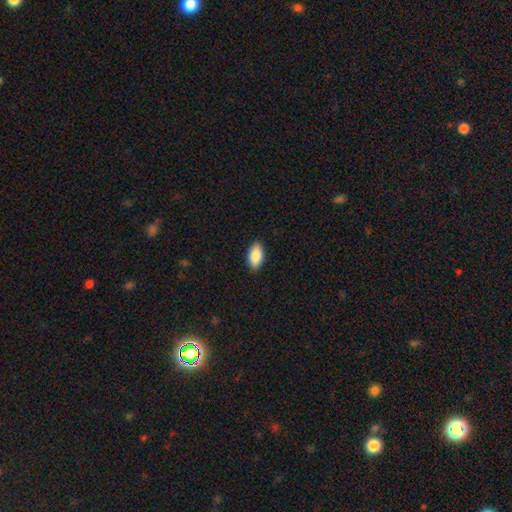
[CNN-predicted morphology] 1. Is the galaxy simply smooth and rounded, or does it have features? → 86% smooth, 8% featured or disk, 6% star or artifact.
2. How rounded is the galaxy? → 93% in between, 4% cigar-shaped, 3% round.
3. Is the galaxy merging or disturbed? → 89% none, 8% minor disturbance, 2% major disturbance, 1% merger.